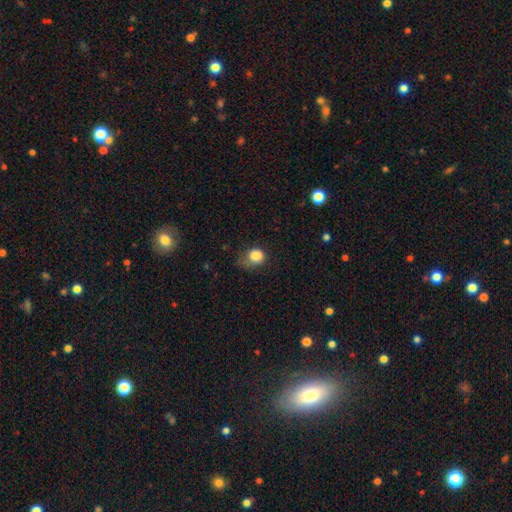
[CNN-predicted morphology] Q: Smooth or featured?
A: smooth (84%); runner-up: star or artifact (10%)
Q: How rounded?
A: round (65%); runner-up: in between (34%)
Q: Merging?
A: none (39%); runner-up: minor disturbance (35%)